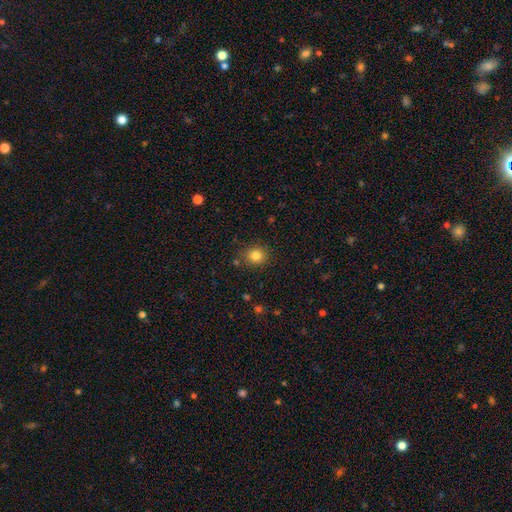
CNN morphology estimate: Smooth or featured: smooth — 82% (star or artifact — 12%)
How rounded: round — 86% (in between — 13%)
Merging: none — 86% (minor disturbance — 9%)